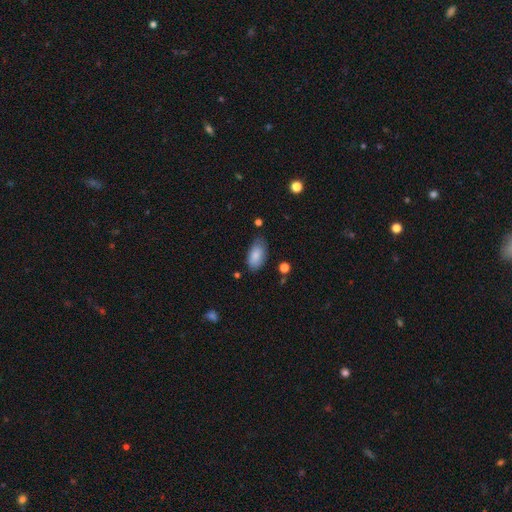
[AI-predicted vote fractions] Overall: smooth (84%). How rounded: in between (93%). Merging: none (71%).